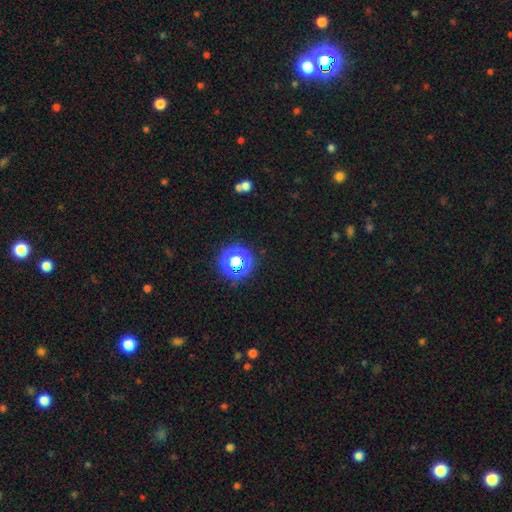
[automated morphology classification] A star or artifact, not a galaxy (70%).